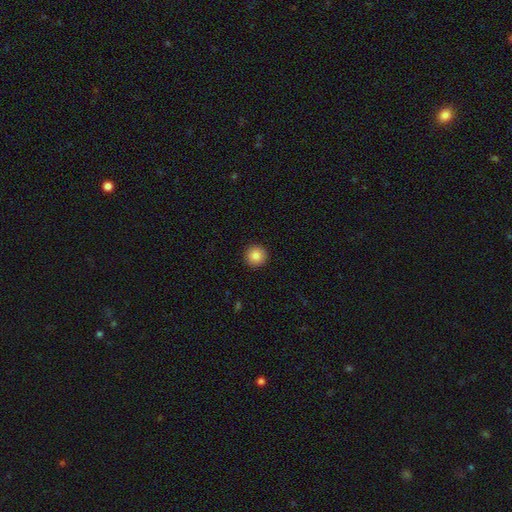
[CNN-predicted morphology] Q: Smooth or featured?
A: smooth (85%); runner-up: star or artifact (9%)
Q: How rounded?
A: round (96%); runner-up: in between (3%)
Q: Merging?
A: none (93%); runner-up: minor disturbance (4%)